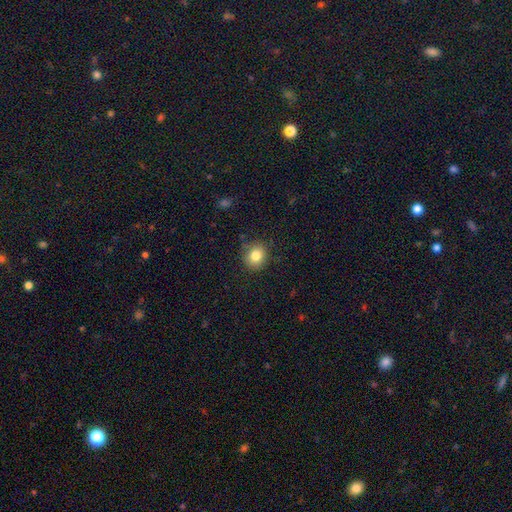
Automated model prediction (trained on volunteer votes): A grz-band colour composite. It shows a smooth galaxy with no disk features (82%) that is round (82%). Merging: none (83%).